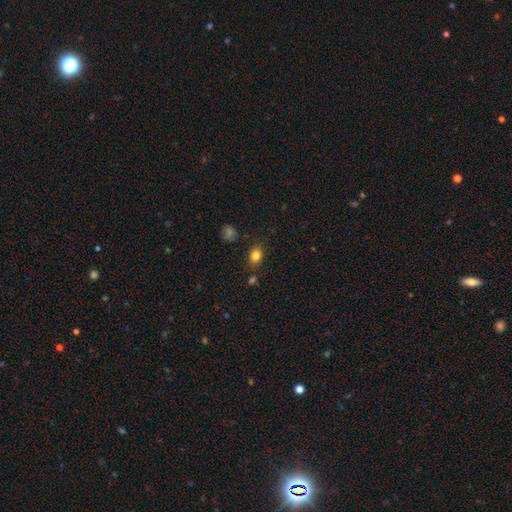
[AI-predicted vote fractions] Q: Smooth or featured?
A: smooth (82%); runner-up: star or artifact (12%)
Q: How rounded?
A: in between (61%); runner-up: round (38%)
Q: Merging?
A: none (82%); runner-up: minor disturbance (12%)